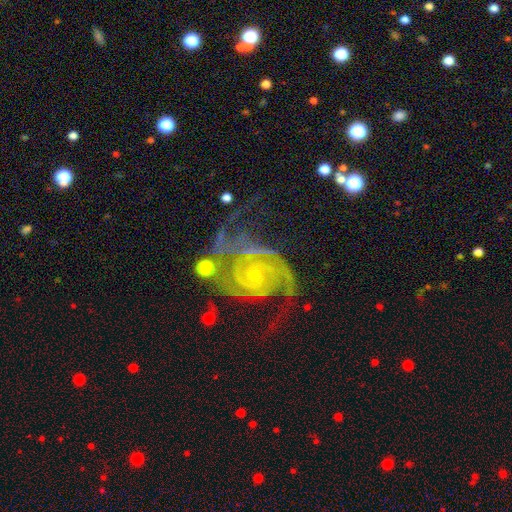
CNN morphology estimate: Overall: featured or disk (82%). Edge-on disk: no (97%). Bar: no (72%). Spiral arms: yes (94%). Spiral arm count: 2 (38%; can't tell 20%). Spiral winding: tight (42%; medium 41%). Bulge size: small (79%). Merging: none (49%; major disturbance 24%).